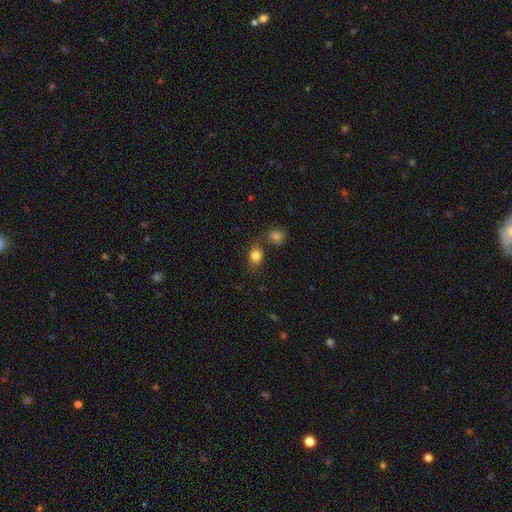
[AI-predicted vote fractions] Smooth or featured? smooth (83%)
How rounded? in between (59%)
Merging? none (69%)